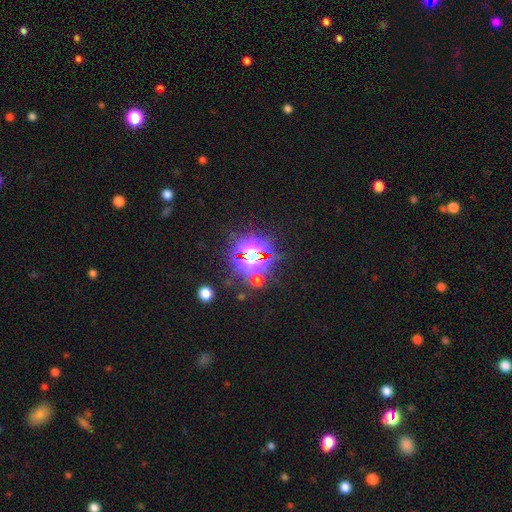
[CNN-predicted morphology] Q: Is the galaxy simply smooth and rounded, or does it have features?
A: star or artifact — 81%.